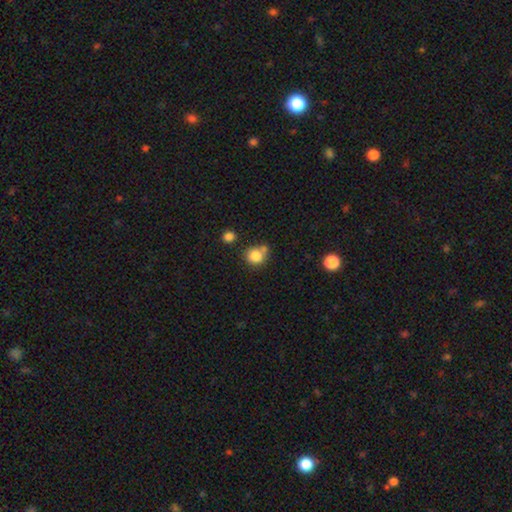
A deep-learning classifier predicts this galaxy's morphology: Smooth or featured?
  - smooth: 83% *
  - star or artifact: 10%
  - featured or disk: 6%
How rounded?
  - round: 86% *
  - in between: 13%
  - cigar-shaped: 1%
Merging?
  - none: 59% *
  - merger: 25%
  - minor disturbance: 12%
  - major disturbance: 4%